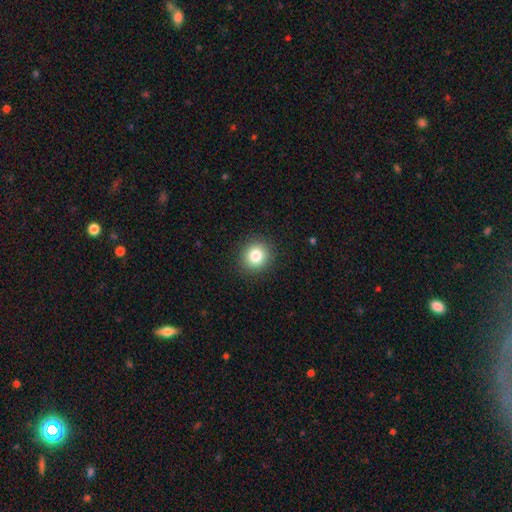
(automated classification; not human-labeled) Smooth or featured?
  - smooth: 83% *
  - star or artifact: 10%
  - featured or disk: 7%
How rounded?
  - round: 89% *
  - in between: 10%
  - cigar-shaped: 1%
Merging?
  - none: 91% *
  - minor disturbance: 6%
  - major disturbance: 2%
  - merger: 1%